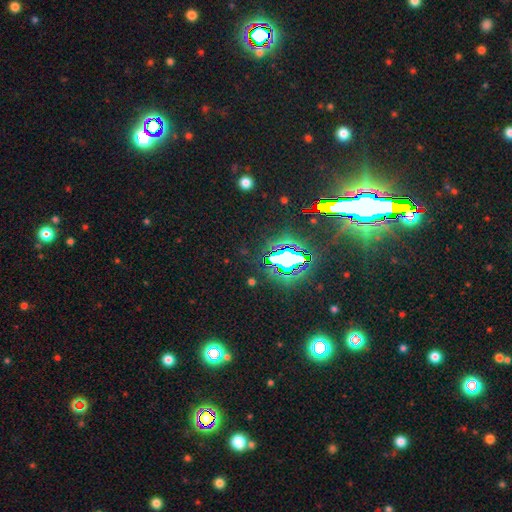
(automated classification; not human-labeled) Smooth or featured?
  - star or artifact: 83% *
  - smooth: 9%
  - featured or disk: 8%